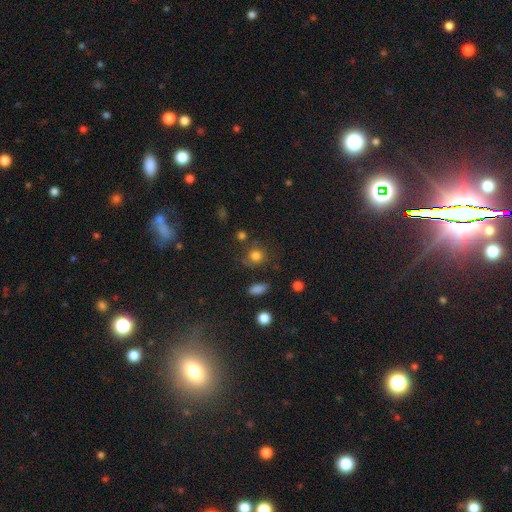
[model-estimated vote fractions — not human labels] This appears to be a smooth galaxy with no disk features (79%) that is round (82%). Merging: none (71%).